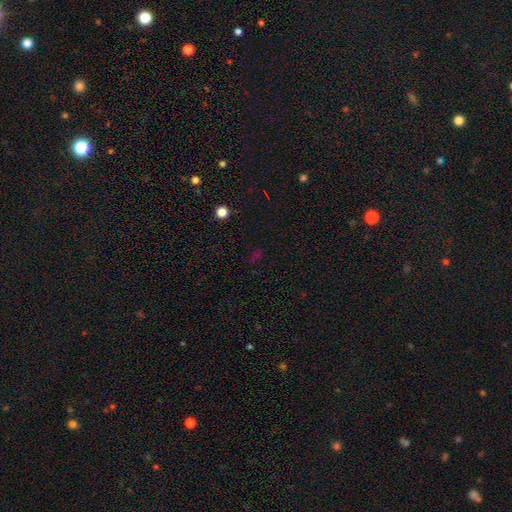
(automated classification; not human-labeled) The model was most divided on "smooth or featured": star or artifact: 61%, smooth: 32%, featured or disk: 7%.